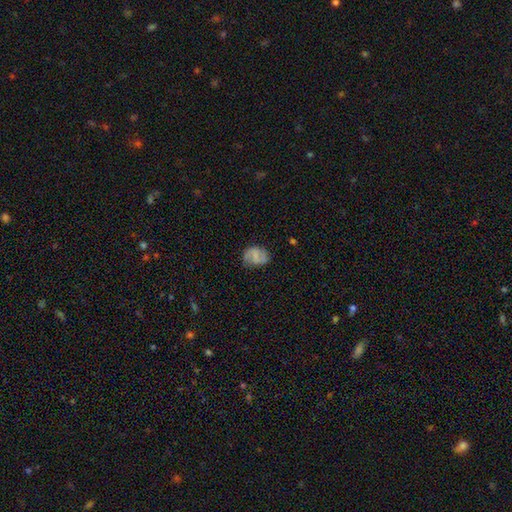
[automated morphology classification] Smooth or featured: featured or disk — 48% (smooth — 43%)
Merging: none — 72% (minor disturbance — 20%)